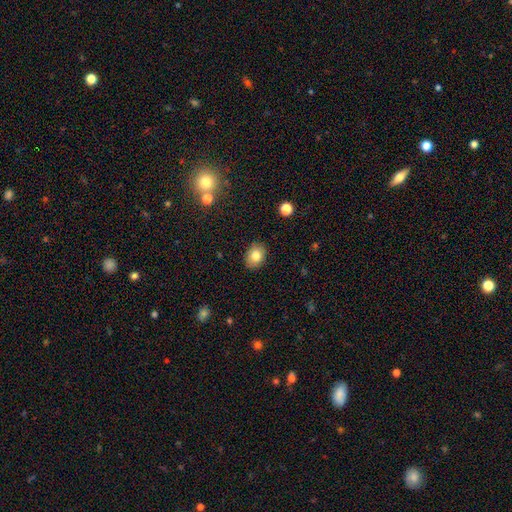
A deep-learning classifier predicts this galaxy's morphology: The model was most divided on "how rounded": in between: 69%, round: 30%, cigar-shaped: 1%. More confident: merging — none (88%); smooth or featured — smooth (81%).